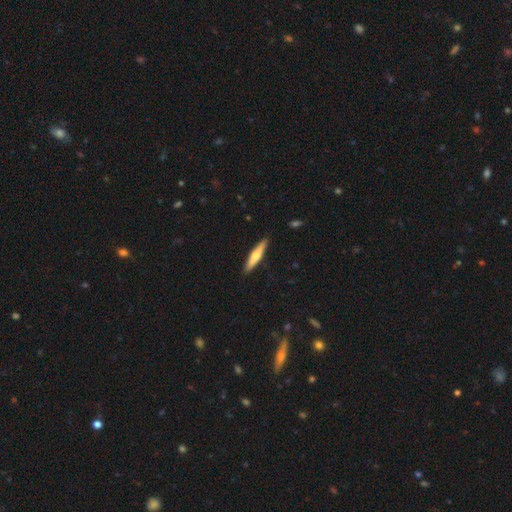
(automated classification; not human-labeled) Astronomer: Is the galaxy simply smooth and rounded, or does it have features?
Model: smooth — 53% (runner-up: featured or disk, 42%).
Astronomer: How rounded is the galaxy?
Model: cigar-shaped — 87%.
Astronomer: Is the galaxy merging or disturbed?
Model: none — 90%.